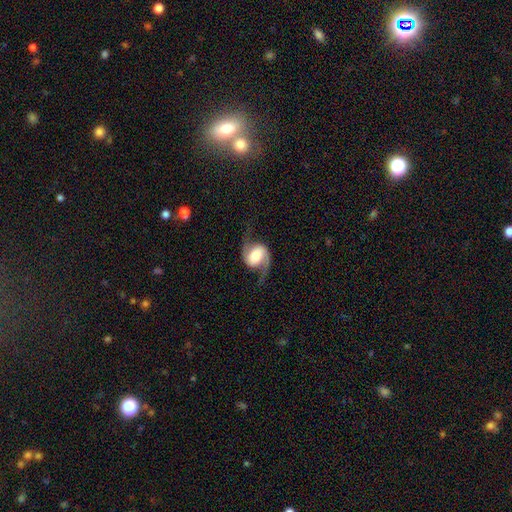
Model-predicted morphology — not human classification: Smooth or featured: featured or disk — 85% (smooth — 10%)
Edge-on disk: no — 97% (yes — 3%)
Bar: no — 43% (weak — 35%)
Spiral arms: yes — 96% (no — 4%)
Spiral winding: loose — 63% (medium — 30%)
Spiral arm count: 2 — 93% (1 — 2%)
Bulge size: large — 37% (moderate — 26%)
Merging: none — 73% (minor disturbance — 14%)